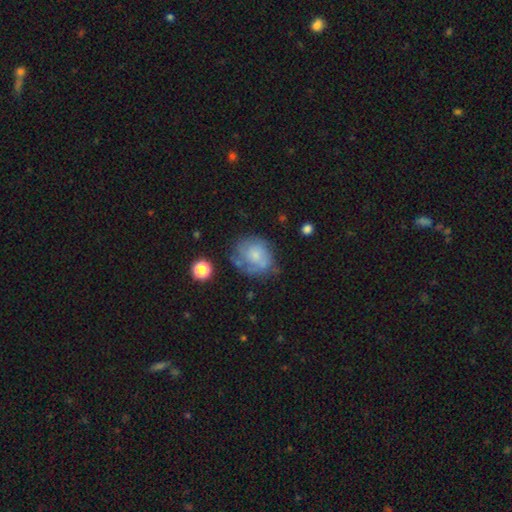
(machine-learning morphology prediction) Smooth or featured: smooth — 47% (featured or disk — 44%)
Merging: none — 52% (minor disturbance — 27%)